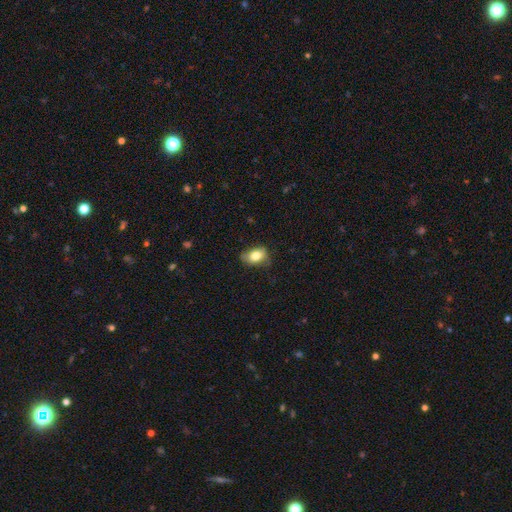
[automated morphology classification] smooth_or_featured: smooth (p=0.82) [alt: featured or disk p=0.10]
how_rounded: in between (p=0.83) [alt: round p=0.15]
merging: none (p=0.69) [alt: minor disturbance p=0.25]